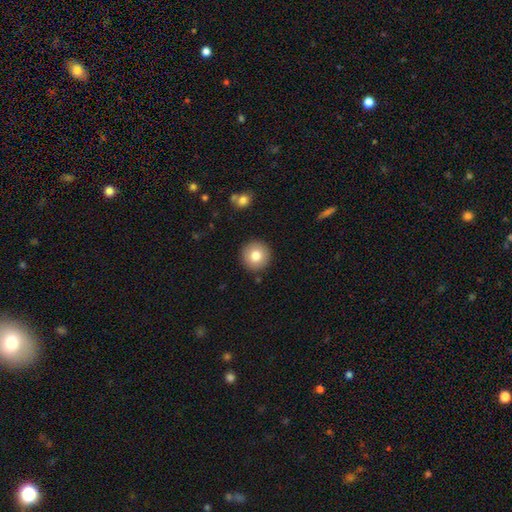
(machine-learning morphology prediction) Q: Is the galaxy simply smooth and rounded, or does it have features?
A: smooth — 80%.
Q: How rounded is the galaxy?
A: round — 95%.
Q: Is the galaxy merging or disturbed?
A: none — 91%.